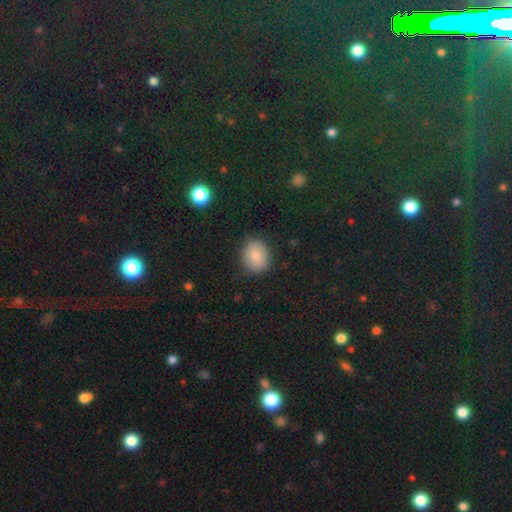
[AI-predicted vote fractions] Morphology: type=smooth (78%); roundness=round (65%); merging=none (85%).